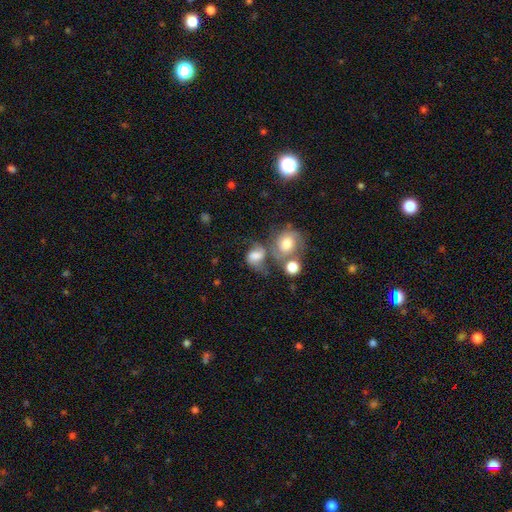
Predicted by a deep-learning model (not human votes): Smooth or featured?
  - featured or disk: 50% *
  - smooth: 40%
  - star or artifact: 10%
Merging?
  - merger: 42% *
  - none: 26%
  - major disturbance: 17%
  - minor disturbance: 15%